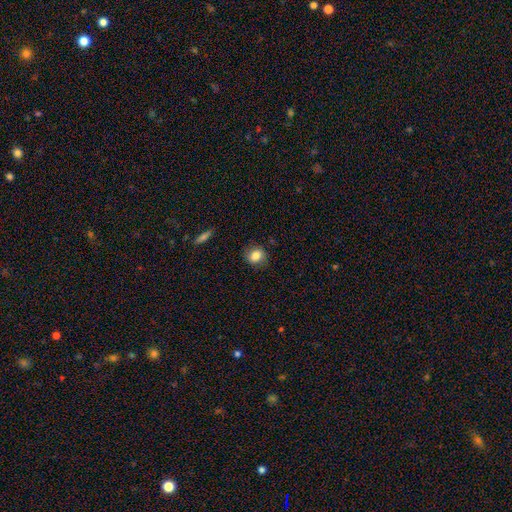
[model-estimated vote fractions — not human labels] Smooth or featured?
  - smooth: 80% *
  - featured or disk: 11%
  - star or artifact: 9%
How rounded?
  - round: 69% *
  - in between: 30%
  - cigar-shaped: 1%
Merging?
  - none: 80% *
  - minor disturbance: 15%
  - major disturbance: 4%
  - merger: 1%